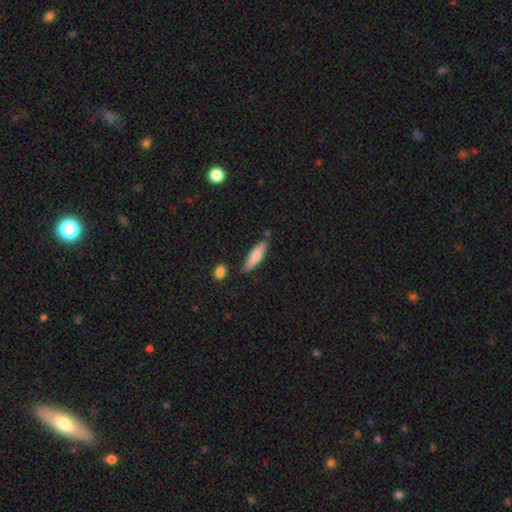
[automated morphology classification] type=smooth (71%); roundness=cigar-shaped (67%); merging=none (78%).